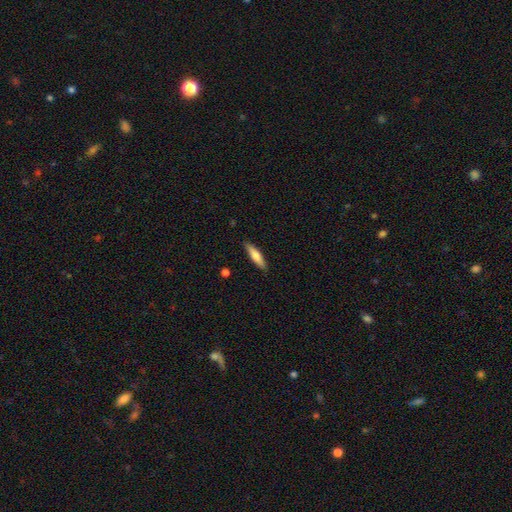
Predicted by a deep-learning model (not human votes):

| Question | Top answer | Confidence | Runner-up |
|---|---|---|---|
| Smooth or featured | smooth | 72% | featured or disk (22%) |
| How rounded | cigar-shaped | 76% | in between (22%) |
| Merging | none | 88% | minor disturbance (9%) |